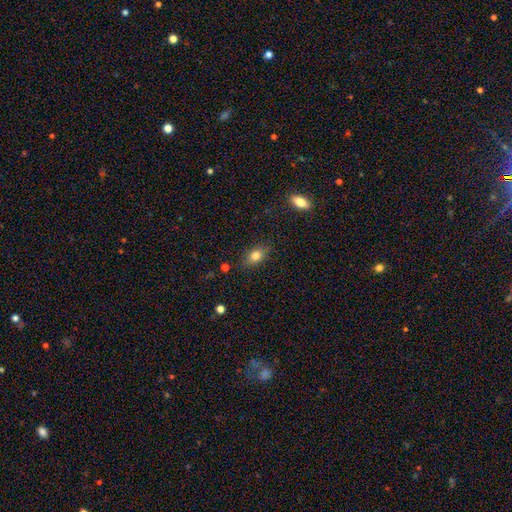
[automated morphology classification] Smooth or featured: smooth — 80% (featured or disk — 10%)
How rounded: in between — 79% (round — 17%)
Merging: none — 83% (minor disturbance — 13%)